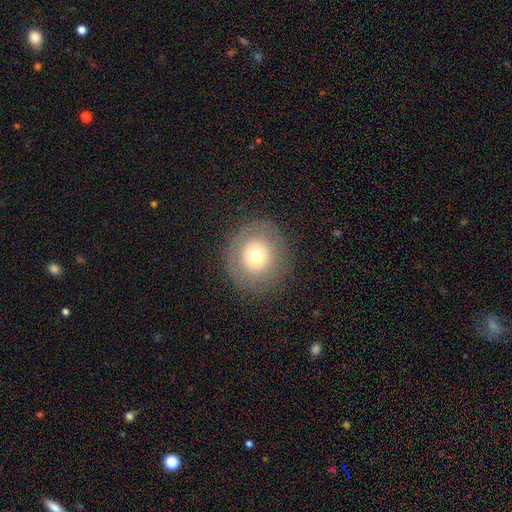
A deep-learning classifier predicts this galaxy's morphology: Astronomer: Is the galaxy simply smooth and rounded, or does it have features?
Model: smooth — 60%.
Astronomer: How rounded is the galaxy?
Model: round — 90%.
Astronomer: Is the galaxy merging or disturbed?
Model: none — 84%.